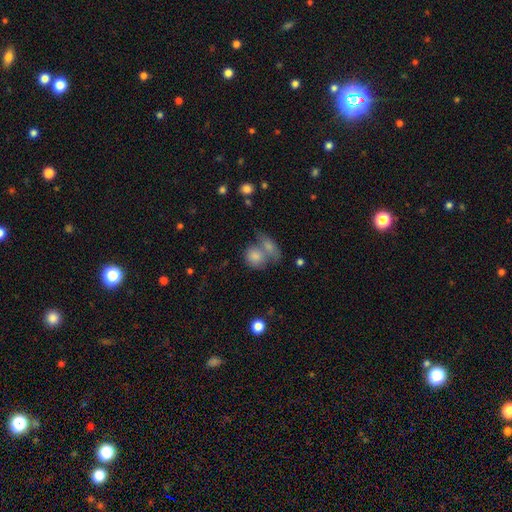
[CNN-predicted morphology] This is likely a smooth galaxy (70%). How rounded: likely round (61%). Merging: possibly merger (46%).